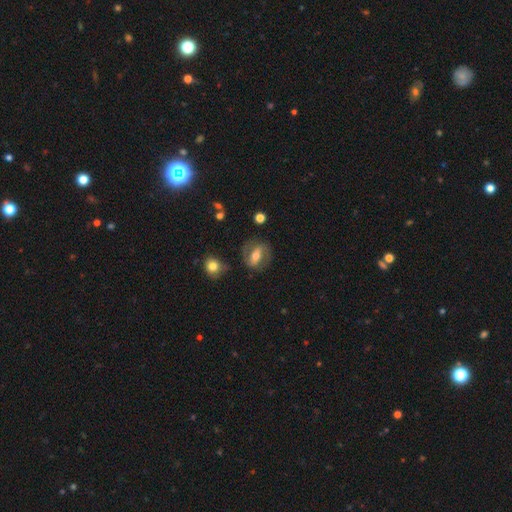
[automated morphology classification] Q: Smooth or featured?
A: featured or disk (59%); runner-up: smooth (33%)
Q: Edge-on disk?
A: no (92%); runner-up: yes (8%)
Q: Bar?
A: strong (50%); runner-up: weak (31%)
Q: Spiral arms?
A: yes (69%); runner-up: no (31%)
Q: Bulge size?
A: moderate (66%); runner-up: small (22%)
Q: Merging?
A: none (74%); runner-up: minor disturbance (15%)